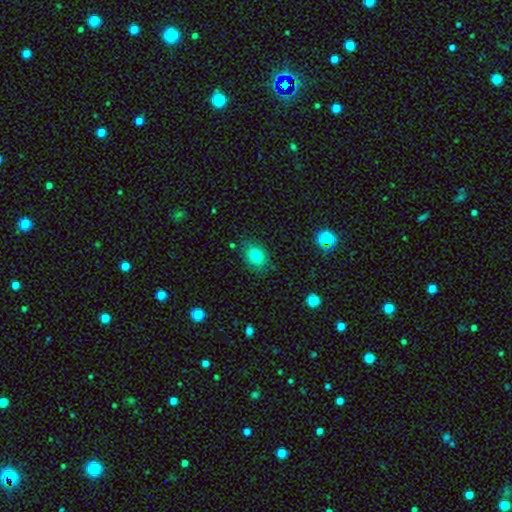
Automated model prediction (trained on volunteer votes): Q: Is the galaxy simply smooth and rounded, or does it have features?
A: smooth — 80%.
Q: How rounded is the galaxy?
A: in between — 63%.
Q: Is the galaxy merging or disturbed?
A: none — 82%.